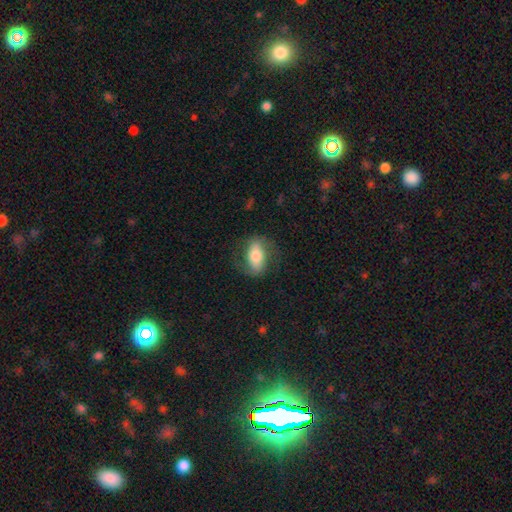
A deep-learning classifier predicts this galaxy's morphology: smooth 51%, featured or disk 42%, star or artifact 7%. Down the decision tree: how rounded — in between (83%); merging — none (73%).